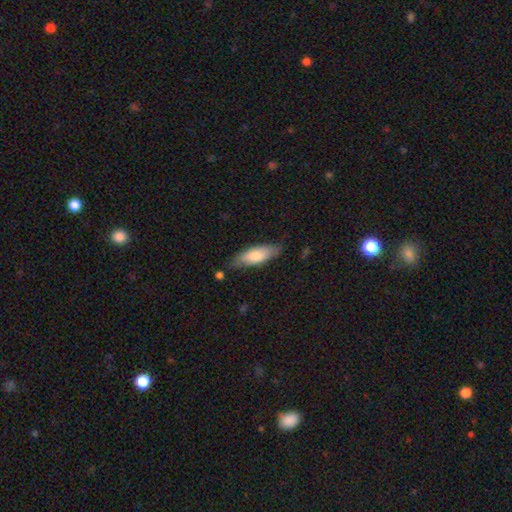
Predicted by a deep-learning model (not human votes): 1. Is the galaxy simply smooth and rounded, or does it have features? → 74% smooth, 20% featured or disk, 5% star or artifact.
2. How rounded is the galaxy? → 64% in between, 34% cigar-shaped, 2% round.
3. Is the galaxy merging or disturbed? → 74% none, 19% minor disturbance, 4% major disturbance, 2% merger.